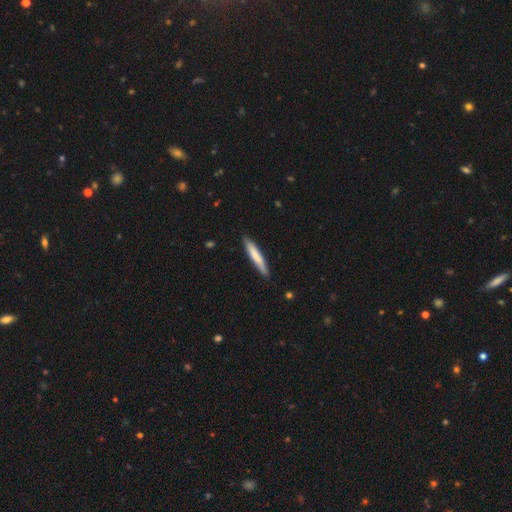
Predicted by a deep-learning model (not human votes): Smooth or featured? Predicted: smooth (p=0.74). How rounded? Predicted: cigar-shaped (p=0.93). Merging? Predicted: none (p=0.87).